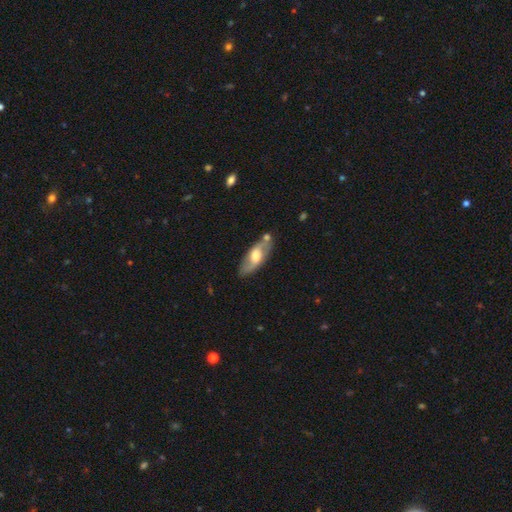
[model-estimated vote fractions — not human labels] The model was most divided on "smooth or featured": featured or disk: 55%, smooth: 40%, star or artifact: 6%. More confident: edge-on disk — no (74%); merging — none (73%).